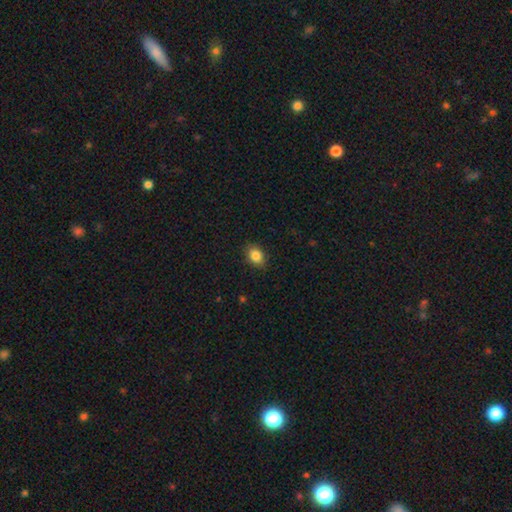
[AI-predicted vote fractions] Morphology: type=smooth (85%); roundness=in between (70%); merging=none (87%).